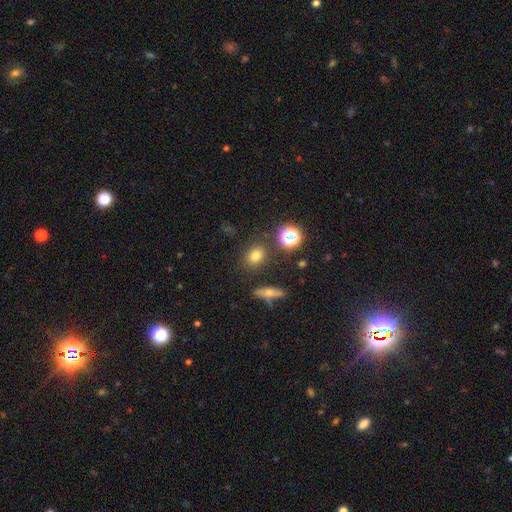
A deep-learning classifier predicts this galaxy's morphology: Smooth or featured? smooth (72%)
How rounded? round (55%)
Merging? none (83%)